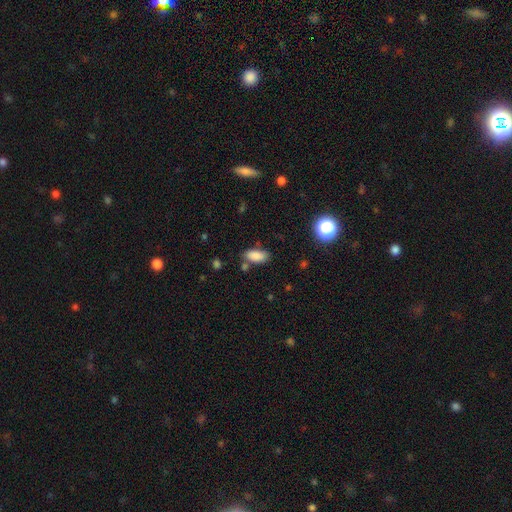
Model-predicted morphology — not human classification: Q: Smooth or featured?
A: smooth (85%); runner-up: star or artifact (9%)
Q: How rounded?
A: in between (88%); runner-up: cigar-shaped (9%)
Q: Merging?
A: none (75%); runner-up: minor disturbance (15%)